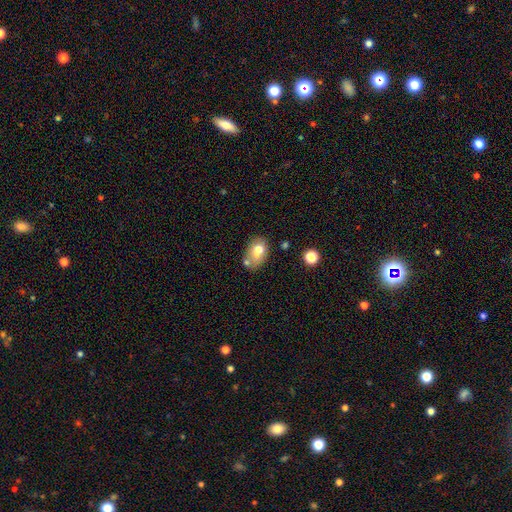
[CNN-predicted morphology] A smooth galaxy with no disk features (68%) that is in between round and cigar-shaped (77%).

Vote fractions:
- Smooth or featured? smooth: 68% / featured or disk: 22% / star or artifact: 10%
- How rounded? in between: 77% / round: 22% / cigar-shaped: 1%
- Merging? none: 44% / merger: 27% / minor disturbance: 21% / major disturbance: 8%